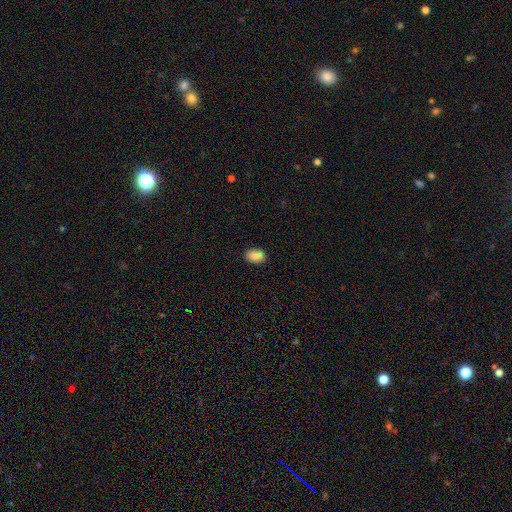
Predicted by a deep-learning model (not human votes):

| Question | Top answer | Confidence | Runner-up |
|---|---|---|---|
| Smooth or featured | smooth | 88% | star or artifact (8%) |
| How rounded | in between | 83% | round (15%) |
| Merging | none | 89% | minor disturbance (8%) |